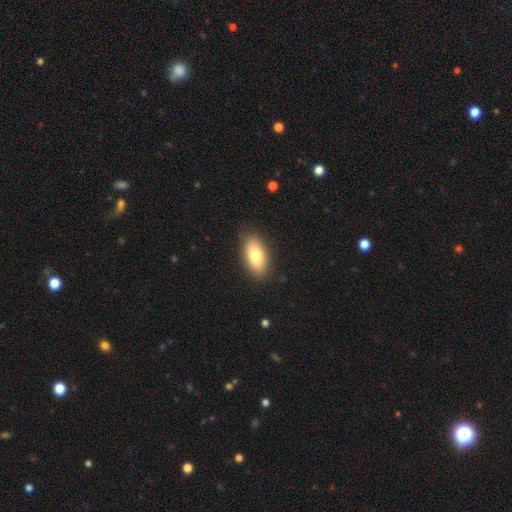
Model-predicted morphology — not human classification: A smooth galaxy with no disk features (77%) that is in between round and cigar-shaped (88%).

Vote fractions:
- Smooth or featured? smooth: 77% / featured or disk: 16% / star or artifact: 7%
- How rounded? in between: 88% / cigar-shaped: 8% / round: 4%
- Merging? none: 86% / minor disturbance: 11% / major disturbance: 3% / merger: 1%